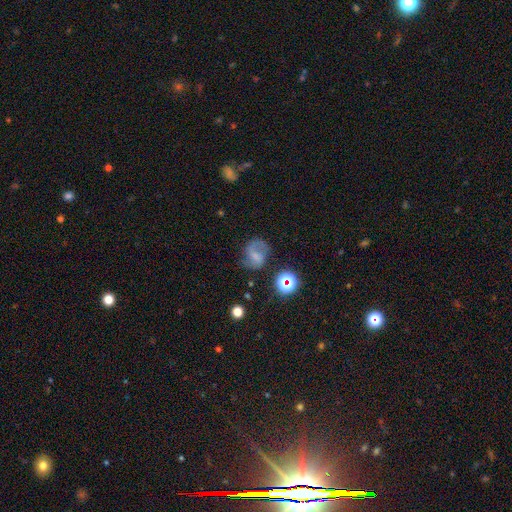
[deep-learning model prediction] Morphology: type=featured or disk (43%); merging=none (58%).